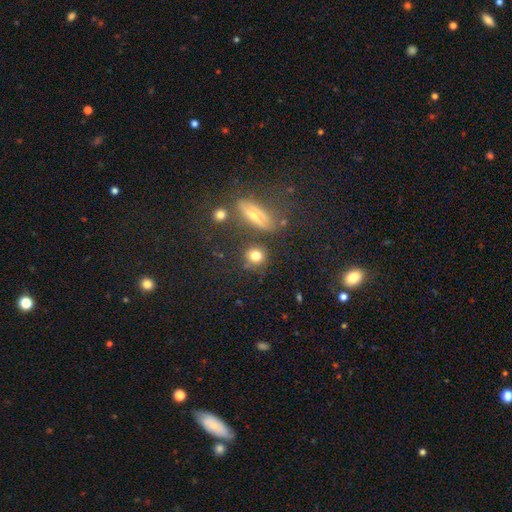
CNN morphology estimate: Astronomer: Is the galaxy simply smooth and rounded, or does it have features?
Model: smooth — 75%.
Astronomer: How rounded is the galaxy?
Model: round — 79%.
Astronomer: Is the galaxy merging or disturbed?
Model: none — 76%.